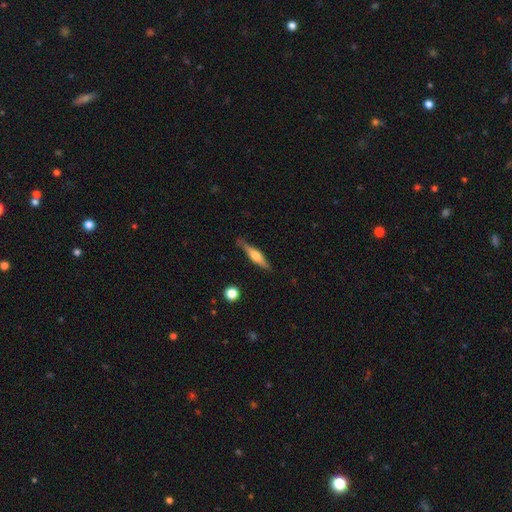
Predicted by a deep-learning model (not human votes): featured or disk 60%, smooth 34%, star or artifact 6%. Down the decision tree: edge-on disk — yes (96%); edge-on bulge — rounded (86%); merging — none (81%).